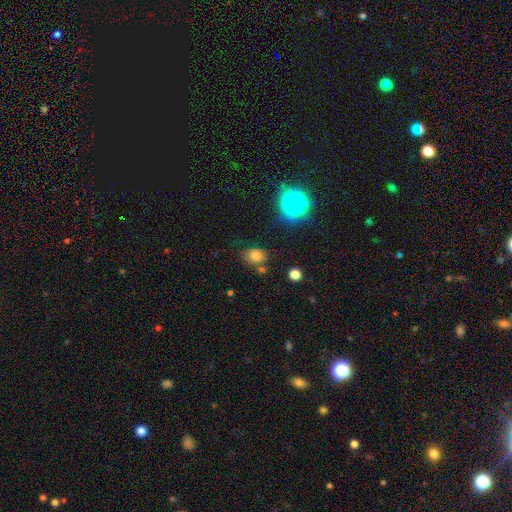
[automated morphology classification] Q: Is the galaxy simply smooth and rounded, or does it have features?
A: smooth — 72%.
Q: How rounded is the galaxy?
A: in between — 55%.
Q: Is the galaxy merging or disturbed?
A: none — 65%.